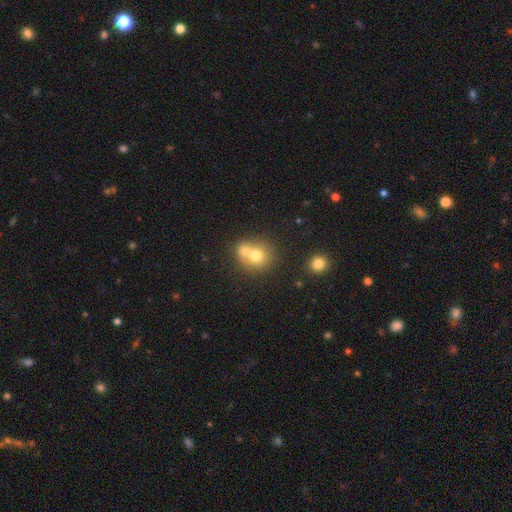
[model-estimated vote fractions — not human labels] Smooth or featured: smooth — 70% (featured or disk — 19%)
How rounded: round — 80% (in between — 19%)
Merging: merger — 58% (none — 34%)